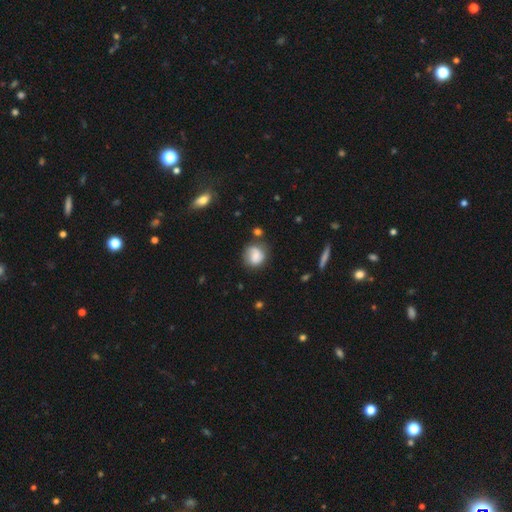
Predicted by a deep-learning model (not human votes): smooth 63%, featured or disk 28%, star or artifact 9%. Down the decision tree: how rounded — round (78%); merging — none (64%).